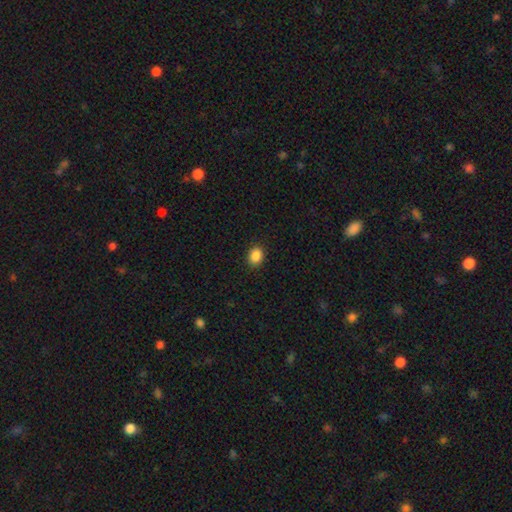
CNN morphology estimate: Smooth or featured? Predicted: smooth (p=0.88). How rounded? Predicted: in between (p=0.50). Merging? Predicted: none (p=0.91).